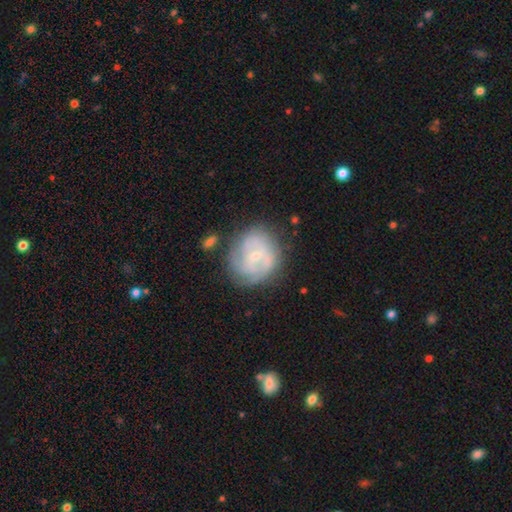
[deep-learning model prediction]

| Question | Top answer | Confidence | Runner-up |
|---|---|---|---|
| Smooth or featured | featured or disk | 70% | smooth (23%) |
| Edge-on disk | no | 98% | yes (2%) |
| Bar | no | 64% | weak (31%) |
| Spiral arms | yes | 79% | no (21%) |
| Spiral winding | tight | 58% | medium (31%) |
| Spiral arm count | can't tell | 41% | 2 (28%) |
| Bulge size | small | 67% | moderate (28%) |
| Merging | none | 67% | minor disturbance (20%) |